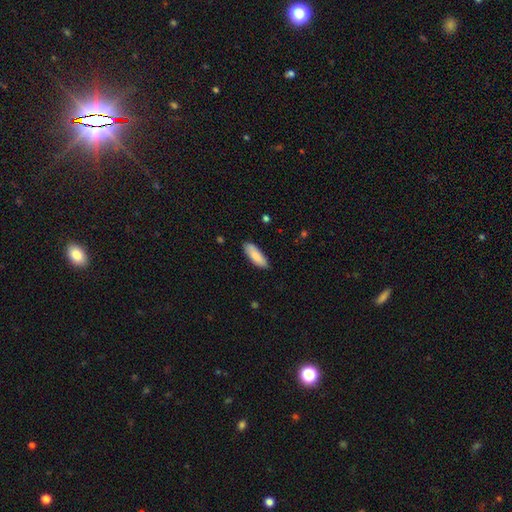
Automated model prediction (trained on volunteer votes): smooth_or_featured: smooth (p=0.85) [alt: featured or disk p=0.09]
how_rounded: in between (p=0.66) [alt: cigar-shaped p=0.32]
merging: none (p=0.84) [alt: minor disturbance p=0.12]